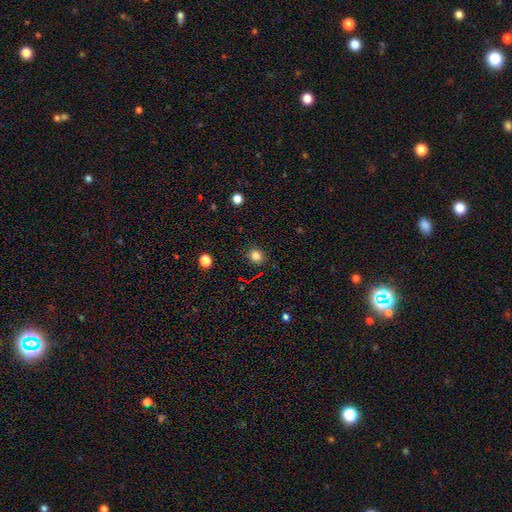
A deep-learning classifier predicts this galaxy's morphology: The model was most divided on "how rounded": round: 79%, in between: 20%, cigar-shaped: 1%. More confident: merging — none (87%); smooth or featured — smooth (81%).